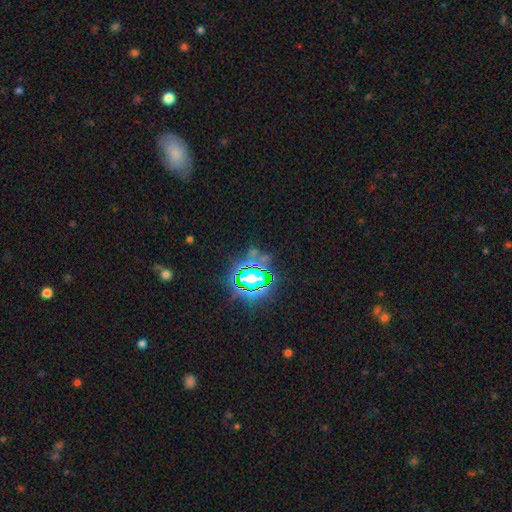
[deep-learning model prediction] A star or artifact, not a galaxy (80%).